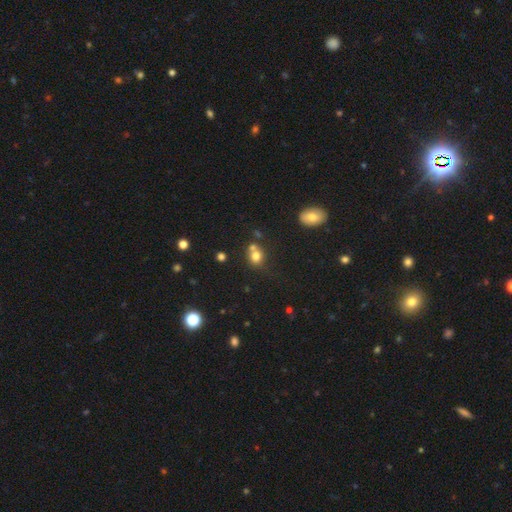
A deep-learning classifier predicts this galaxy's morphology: smooth-or-featured: smooth: 75% | star or artifact: 15% | featured or disk: 11%
  how-rounded: round: 73% | in between: 26% | cigar-shaped: 1%
  merging: none: 48% | merger: 36% | minor disturbance: 11% | major disturbance: 5%